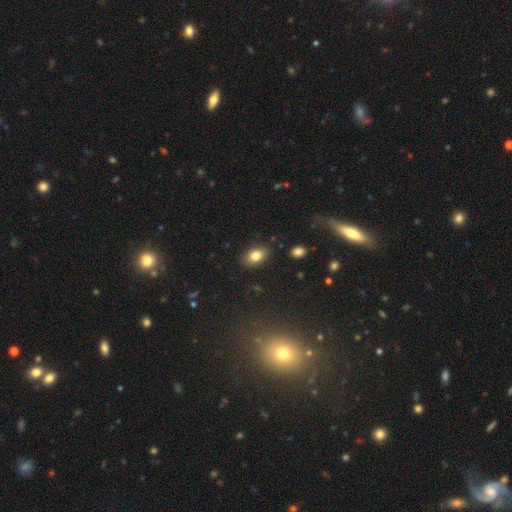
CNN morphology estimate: This is clearly a smooth galaxy (81%). How rounded: clearly in between (84%). Merging: clearly none (86%).